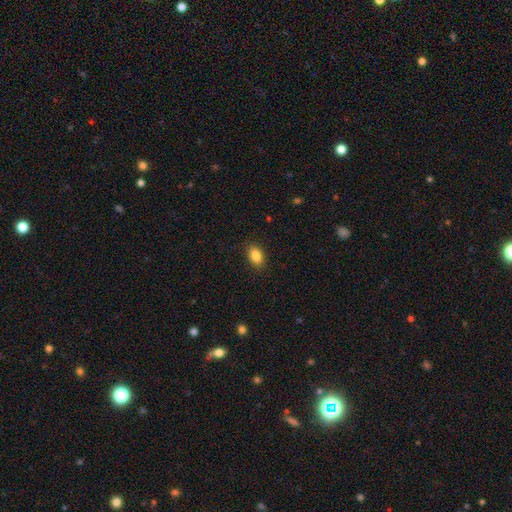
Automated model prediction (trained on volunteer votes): A smooth galaxy with no disk features (86%) that is in between round and cigar-shaped (86%). Merging: none (88%).